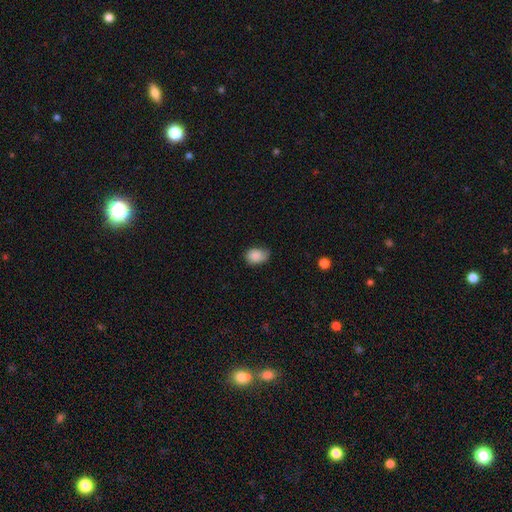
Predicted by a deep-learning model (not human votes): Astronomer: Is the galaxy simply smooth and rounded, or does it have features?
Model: smooth — 85%.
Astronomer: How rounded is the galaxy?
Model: in between — 69%.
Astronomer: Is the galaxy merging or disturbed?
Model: none — 52% (runner-up: minor disturbance, 38%).